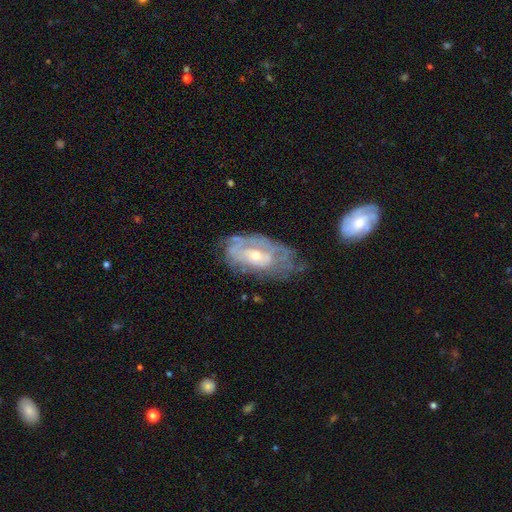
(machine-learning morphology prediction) This is likely a featured or disk galaxy (72%). It is clearly not viewed edge-on (93%). Bar: likely no (72%). Spiral arm pattern: likely yes (65%). Central bulge: possibly small (54%). Merging: possibly none (46%).